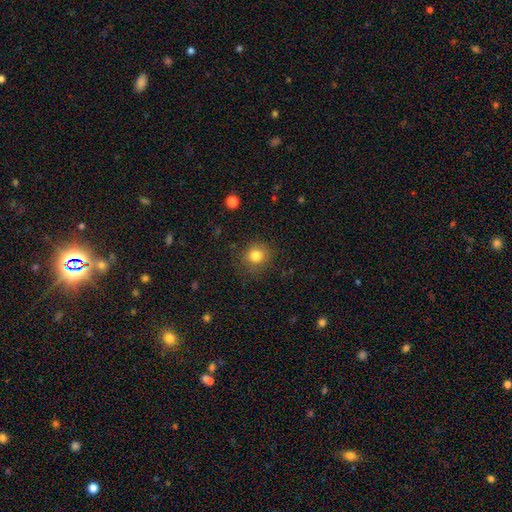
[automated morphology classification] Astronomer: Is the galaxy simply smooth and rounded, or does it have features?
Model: smooth — 81%.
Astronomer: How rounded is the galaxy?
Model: round — 86%.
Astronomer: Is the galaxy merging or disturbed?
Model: none — 84%.